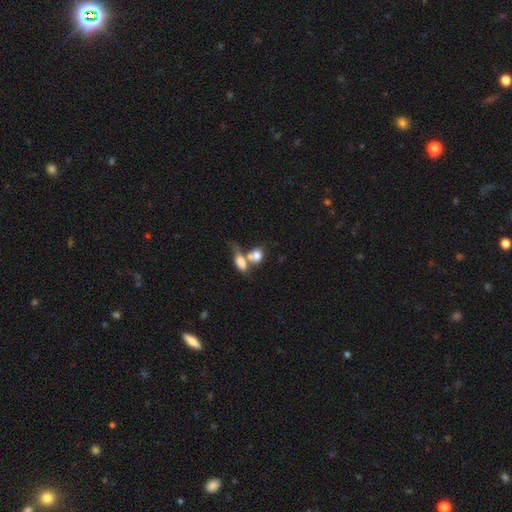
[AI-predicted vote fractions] smooth 76%, featured or disk 15%, star or artifact 9%. Down the decision tree: how rounded — in between (61%); merging — merger (60%).